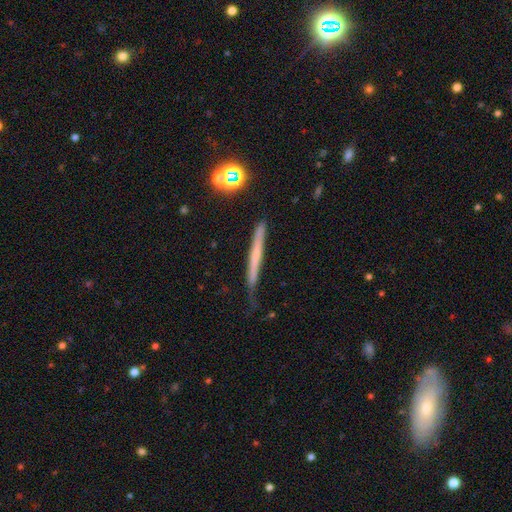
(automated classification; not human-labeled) Q: Smooth or featured?
A: smooth (46%); runner-up: featured or disk (44%)
Q: Merging?
A: none (72%); runner-up: minor disturbance (21%)